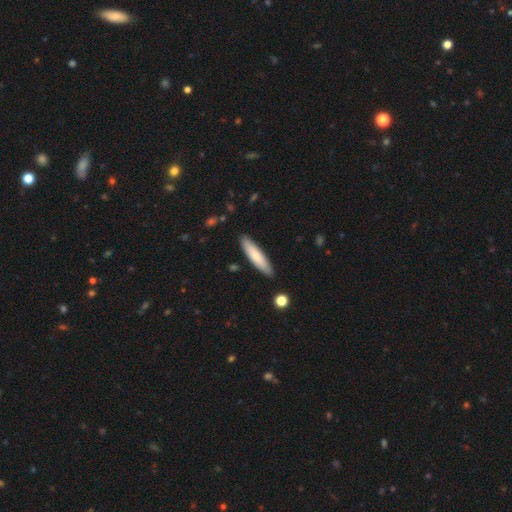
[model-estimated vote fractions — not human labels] A smooth galaxy with no disk features (77%) that is cigar-shaped (80%). Merging: none (88%).